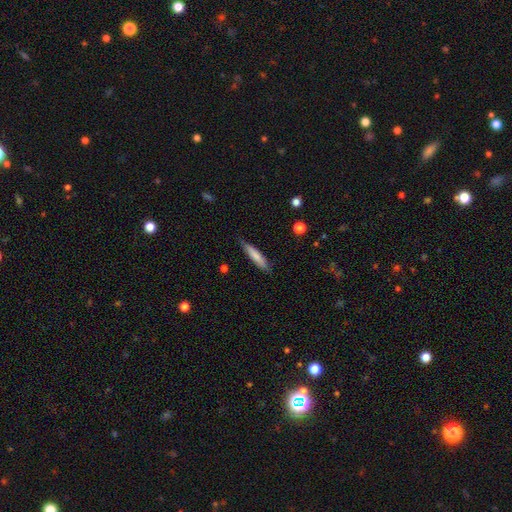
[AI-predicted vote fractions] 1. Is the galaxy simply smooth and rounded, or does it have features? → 76% smooth, 18% featured or disk, 6% star or artifact.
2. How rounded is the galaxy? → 89% cigar-shaped, 10% in between, 1% round.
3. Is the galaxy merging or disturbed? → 82% none, 15% minor disturbance, 2% major disturbance, 1% merger.